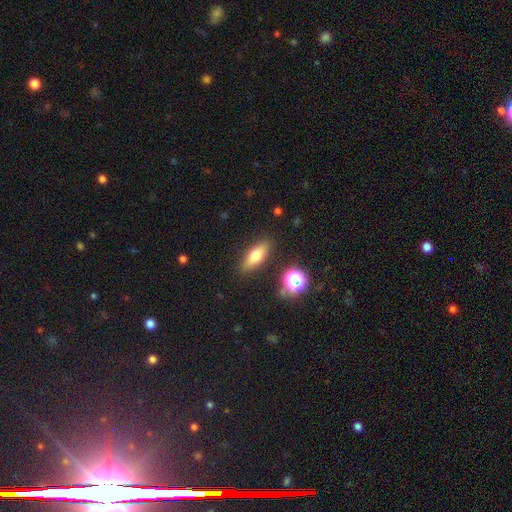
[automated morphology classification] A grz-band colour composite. It shows a smooth galaxy with no disk features (65%) that is in between round and cigar-shaped (61%). Merging: none (85%).